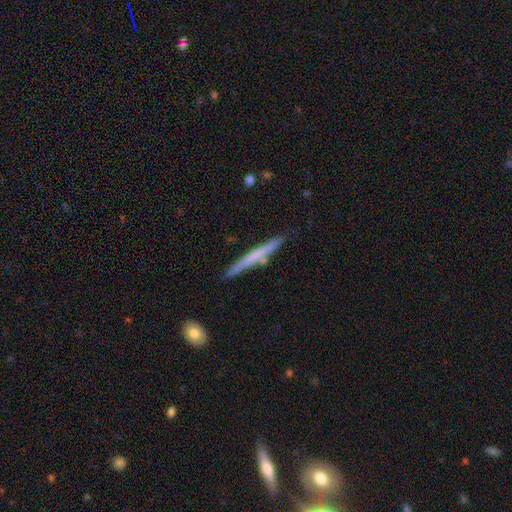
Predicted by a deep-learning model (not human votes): smooth-or-featured: smooth: 50% | featured or disk: 45% | star or artifact: 6%
  merging: none: 86% | minor disturbance: 9% | merger: 3% | major disturbance: 2%